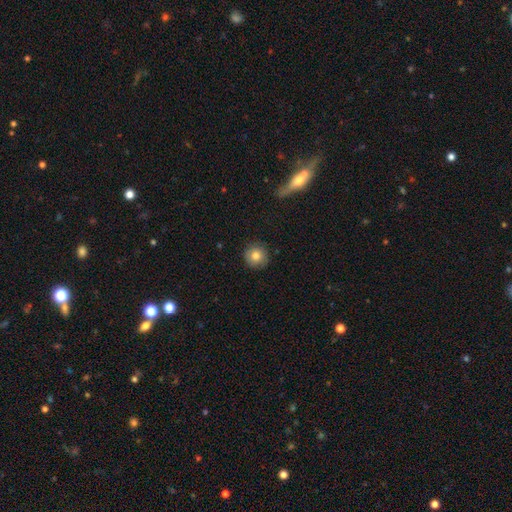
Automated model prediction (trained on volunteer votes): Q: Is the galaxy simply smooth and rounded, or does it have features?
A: smooth — 81%.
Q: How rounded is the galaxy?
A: round — 94%.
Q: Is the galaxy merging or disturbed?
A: none — 89%.